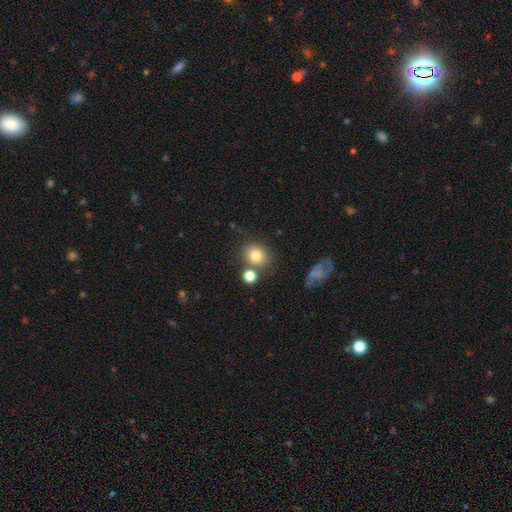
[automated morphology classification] Smooth or featured? Predicted: smooth (p=0.80). How rounded? Predicted: round (p=0.68). Merging? Predicted: none (p=0.68).